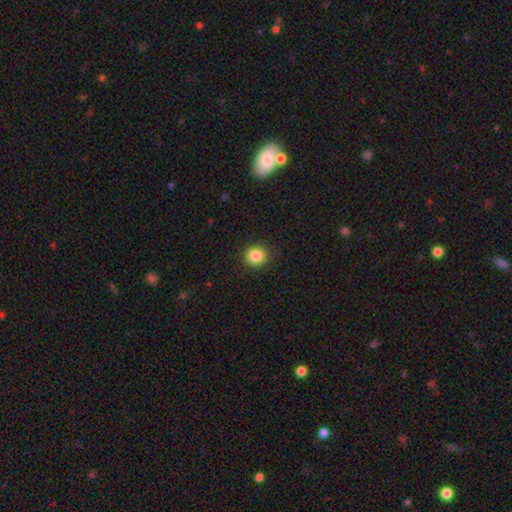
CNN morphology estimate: Smooth or featured?
  - smooth: 85% *
  - star or artifact: 10%
  - featured or disk: 5%
How rounded?
  - round: 84% *
  - in between: 15%
  - cigar-shaped: 1%
Merging?
  - none: 90% *
  - minor disturbance: 7%
  - major disturbance: 2%
  - merger: 1%